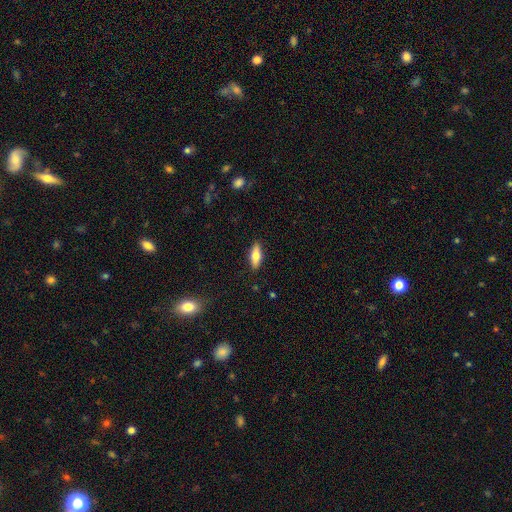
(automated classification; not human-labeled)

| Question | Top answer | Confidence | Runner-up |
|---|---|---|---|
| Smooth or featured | smooth | 66% | featured or disk (27%) |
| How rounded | in between | 62% | cigar-shaped (35%) |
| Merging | none | 88% | minor disturbance (9%) |